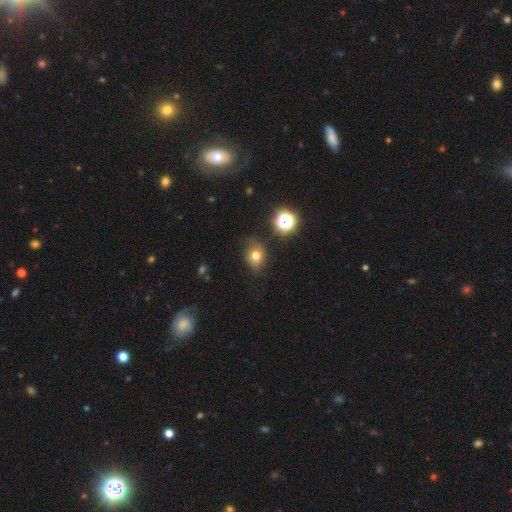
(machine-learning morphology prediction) Smooth or featured: smooth — 73% (star or artifact — 16%)
How rounded: round — 56% (in between — 43%)
Merging: none — 67% (minor disturbance — 24%)